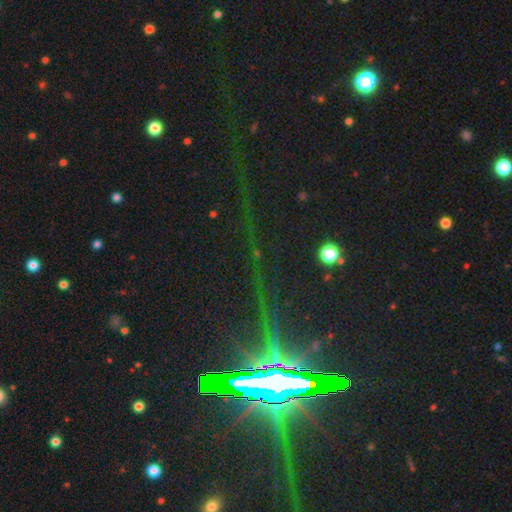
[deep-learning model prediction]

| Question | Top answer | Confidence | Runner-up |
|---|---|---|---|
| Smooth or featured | star or artifact | 79% | featured or disk (12%) |